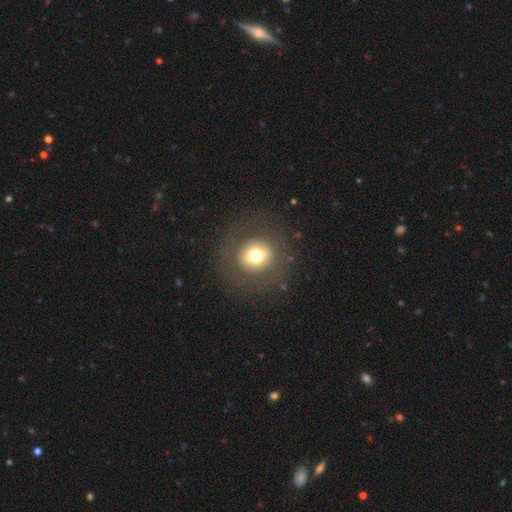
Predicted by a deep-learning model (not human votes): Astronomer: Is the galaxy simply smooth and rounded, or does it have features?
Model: smooth — 69%.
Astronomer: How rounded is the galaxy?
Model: round — 93%.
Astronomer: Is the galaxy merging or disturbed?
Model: none — 84%.